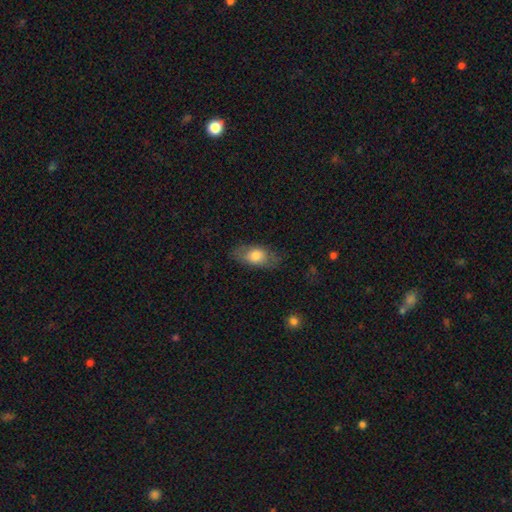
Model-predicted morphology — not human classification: smooth 72%, featured or disk 21%, star or artifact 7%. Down the decision tree: how rounded — in between (87%); merging — none (74%).